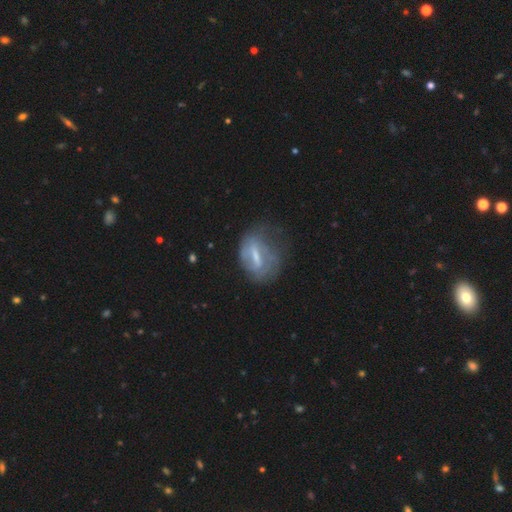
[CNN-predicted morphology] This appears to be a featured or disk galaxy (62%) with a strong bar (50%), spiral arms (50%, tied with no) and a small central bulge (37%). Merging: none (49%).